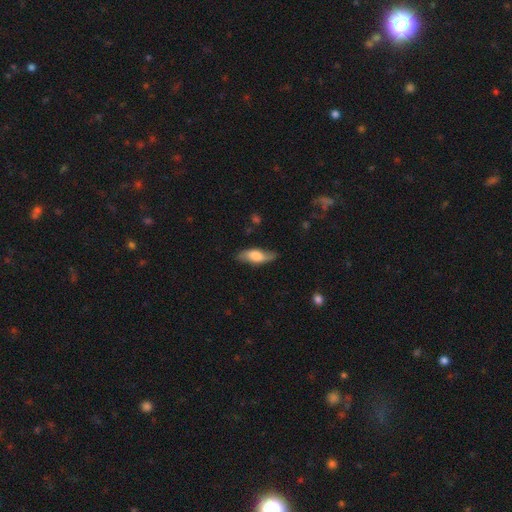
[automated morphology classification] Smooth or featured?
  - smooth: 54% *
  - featured or disk: 40%
  - star or artifact: 7%
How rounded?
  - in between: 67% *
  - cigar-shaped: 30%
  - round: 3%
Merging?
  - none: 74% *
  - minor disturbance: 19%
  - major disturbance: 5%
  - merger: 2%